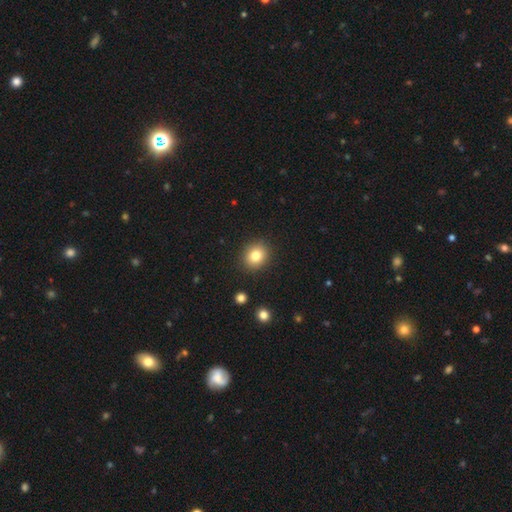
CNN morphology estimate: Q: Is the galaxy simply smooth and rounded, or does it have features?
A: smooth — 81%.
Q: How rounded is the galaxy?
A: round — 76%.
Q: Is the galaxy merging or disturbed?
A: none — 90%.